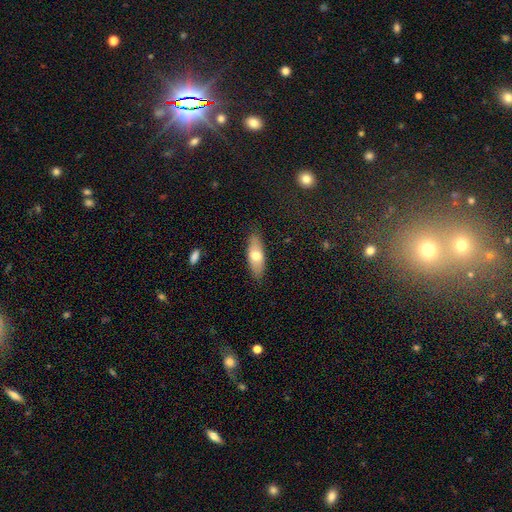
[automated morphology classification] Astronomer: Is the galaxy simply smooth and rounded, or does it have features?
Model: smooth — 67%.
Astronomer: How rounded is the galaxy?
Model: in between — 70%.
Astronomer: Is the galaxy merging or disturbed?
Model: none — 85%.